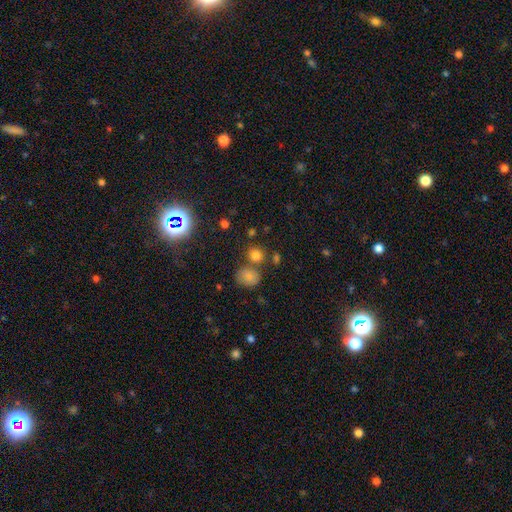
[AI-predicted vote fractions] Morphology: type=smooth (76%); roundness=round (81%); merging=none (67%).